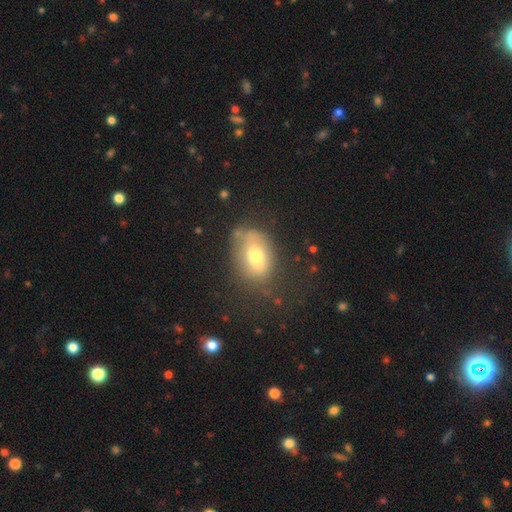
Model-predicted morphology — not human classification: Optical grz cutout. It shows a smooth galaxy with no disk features (63%) that is in between round and cigar-shaped (79%). Merging: none (51%).